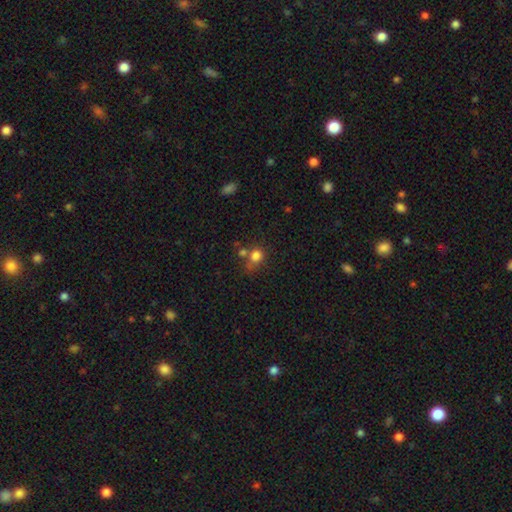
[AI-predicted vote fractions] Overall: smooth (78%). How rounded: round (76%). Merging: none (47%; merger 27%).